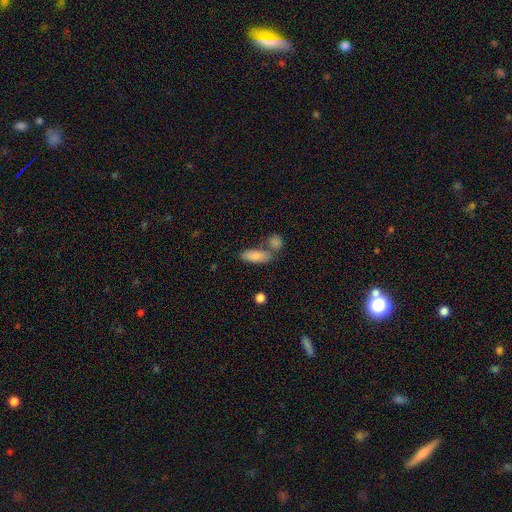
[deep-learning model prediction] Morphology: type=smooth (85%); roundness=in between (79%); merging=none (53%).